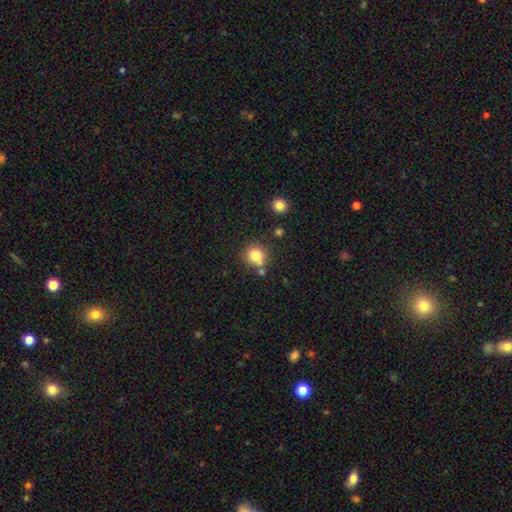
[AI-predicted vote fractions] This is likely a smooth galaxy (79%). How rounded: clearly round (87%). Merging: likely none (67%).